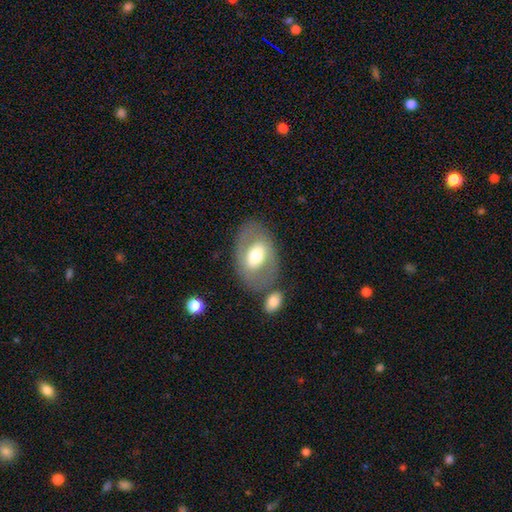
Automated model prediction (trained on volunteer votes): smooth-or-featured: featured or disk: 48% | smooth: 46% | star or artifact: 6%
  merging: none: 72% | minor disturbance: 13% | merger: 7% | major disturbance: 7%